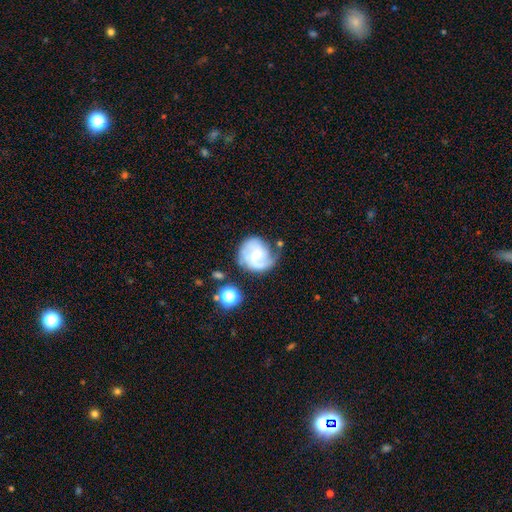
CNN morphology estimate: type=featured or disk (70%); edge-on=no (98%); bar=no (46%); spiral arms=yes (90%); winding=medium (43%); arm count=2 (53%); bulge=small (49%); merging=none (50%).